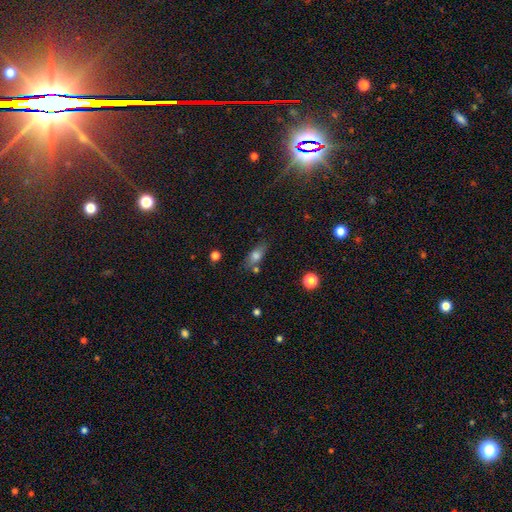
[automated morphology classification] Q: Smooth or featured?
A: smooth (72%); runner-up: featured or disk (18%)
Q: How rounded?
A: in between (76%); runner-up: cigar-shaped (17%)
Q: Merging?
A: none (68%); runner-up: minor disturbance (17%)